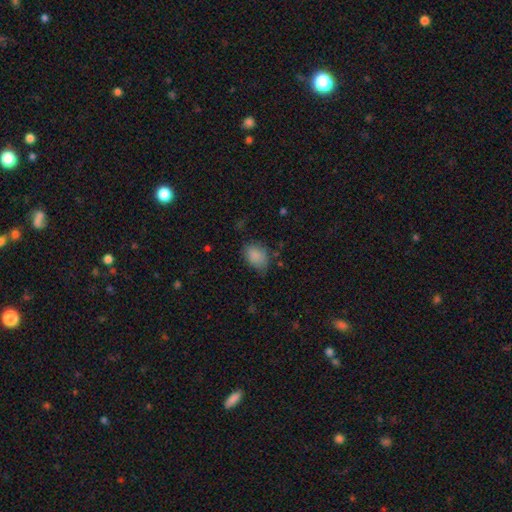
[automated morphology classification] Smooth or featured?
  - smooth: 86% *
  - star or artifact: 9%
  - featured or disk: 5%
How rounded?
  - in between: 75% *
  - round: 23%
  - cigar-shaped: 1%
Merging?
  - none: 63% *
  - minor disturbance: 28%
  - major disturbance: 7%
  - merger: 2%